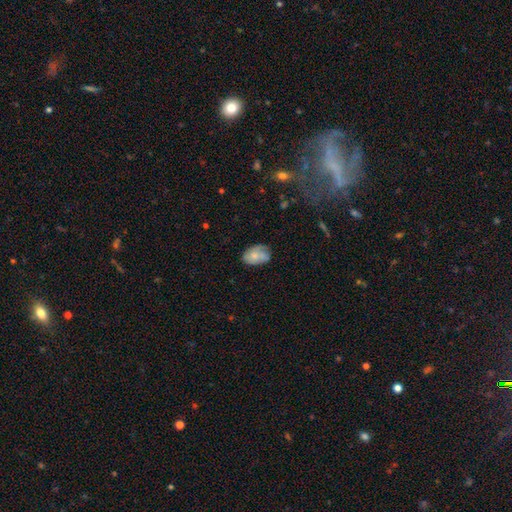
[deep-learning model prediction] smooth-or-featured: smooth: 64% | featured or disk: 28% | star or artifact: 7%
  how-rounded: in between: 85% | round: 14% | cigar-shaped: 1%
  merging: none: 56% | minor disturbance: 33% | major disturbance: 10% | merger: 2%